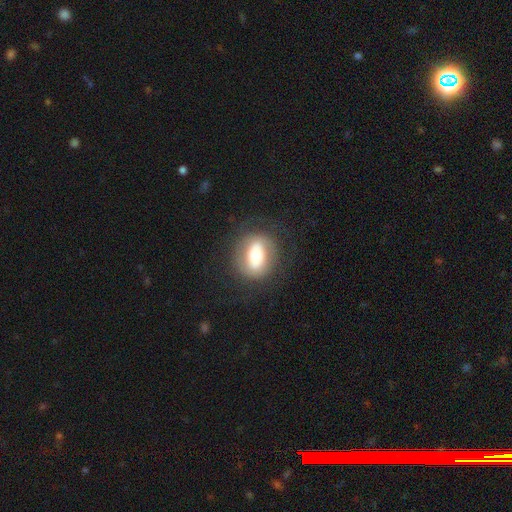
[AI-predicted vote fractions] A smooth galaxy with no disk features (51%) that is in between round and cigar-shaped (54%). Merging: none (78%).